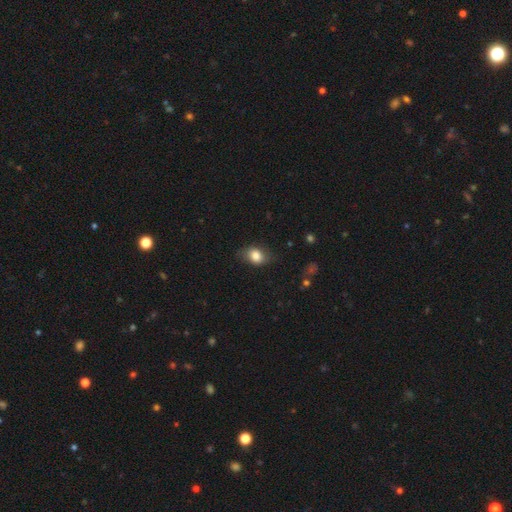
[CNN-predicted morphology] A smooth galaxy with no disk features (82%) that is in between round and cigar-shaped (70%).

Vote fractions:
- Smooth or featured? smooth: 82% / featured or disk: 10% / star or artifact: 8%
- How rounded? in between: 70% / round: 29% / cigar-shaped: 1%
- Merging? none: 72% / minor disturbance: 21% / major disturbance: 5% / merger: 1%